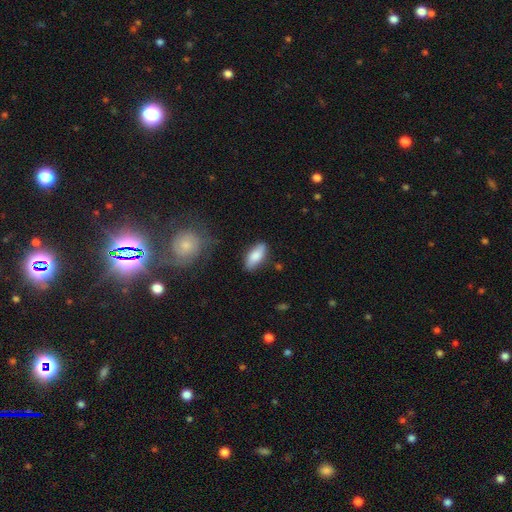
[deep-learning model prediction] A smooth galaxy with no disk features (82%) that is in between round and cigar-shaped (83%).

Vote fractions:
- Smooth or featured? smooth: 82% / featured or disk: 12% / star or artifact: 6%
- How rounded? in between: 83% / cigar-shaped: 15% / round: 2%
- Merging? none: 80% / minor disturbance: 14% / major disturbance: 3% / merger: 2%